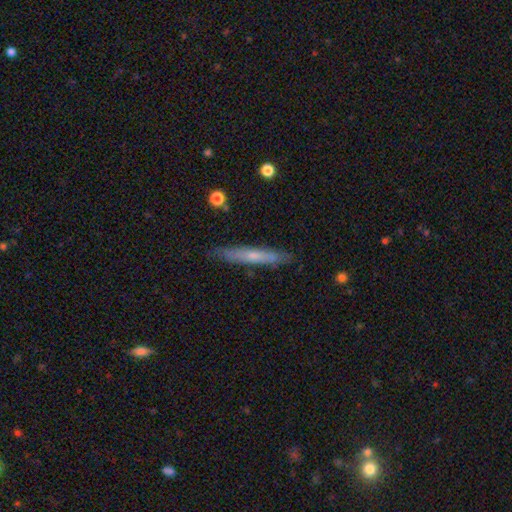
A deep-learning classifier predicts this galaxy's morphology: smooth-or-featured: smooth: 51% | featured or disk: 43% | star or artifact: 6%
  how-rounded: cigar-shaped: 93% | in between: 5% | round: 1%
  merging: none: 85% | minor disturbance: 12% | major disturbance: 2% | merger: 1%